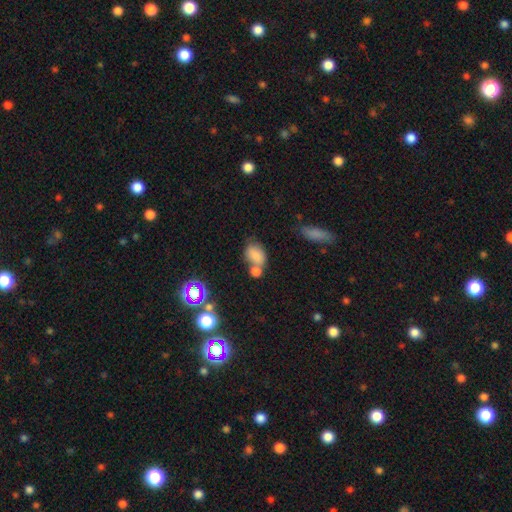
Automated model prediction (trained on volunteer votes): smooth 78%, star or artifact 13%, featured or disk 10%. Down the decision tree: how rounded — in between (83%); merging — merger (40%).